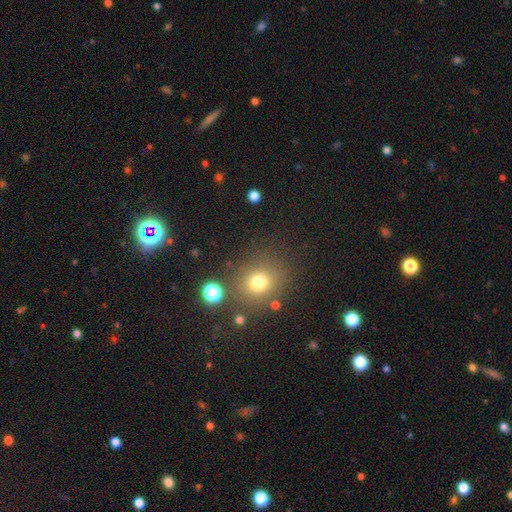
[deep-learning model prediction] Morphology: type=smooth (53%); roundness=round (86%); merging=none (83%).